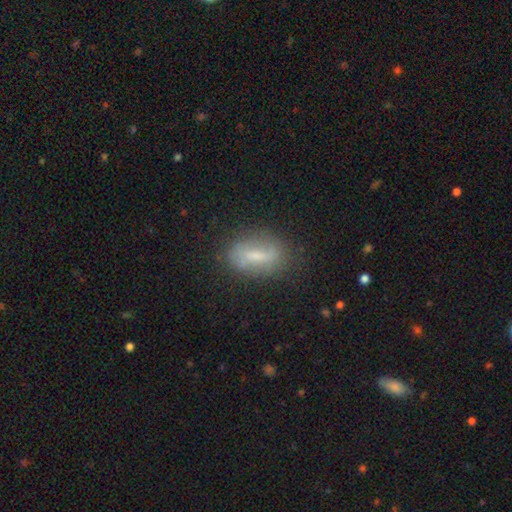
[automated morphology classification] Smooth or featured? Predicted: smooth (p=0.51). How rounded? Predicted: in between (p=0.74). Merging? Predicted: none (p=0.73).